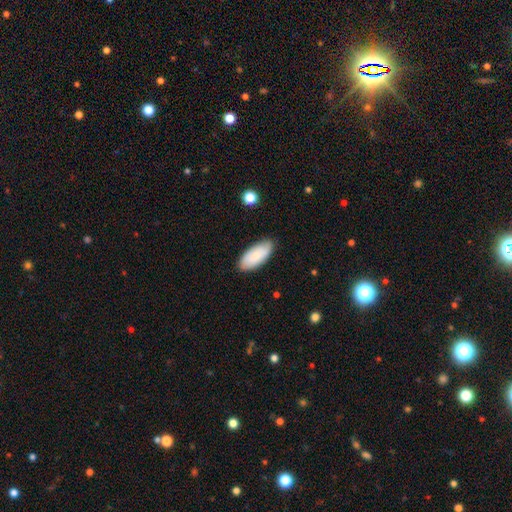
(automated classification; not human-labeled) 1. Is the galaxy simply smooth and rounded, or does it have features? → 82% smooth, 12% featured or disk, 6% star or artifact.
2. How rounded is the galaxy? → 88% in between, 10% cigar-shaped, 2% round.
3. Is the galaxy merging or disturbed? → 82% none, 15% minor disturbance, 2% major disturbance, 1% merger.